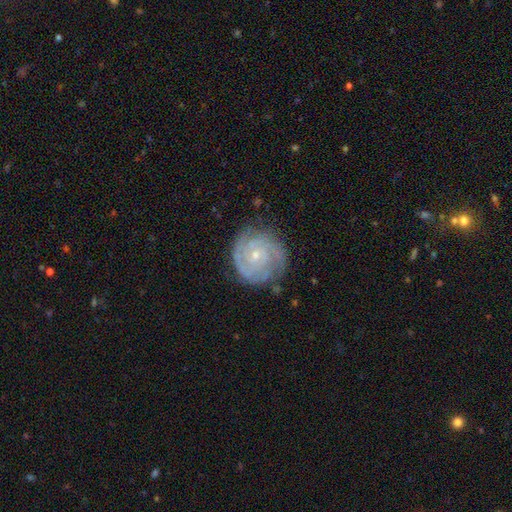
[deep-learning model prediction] Smooth or featured: featured or disk — 89% (smooth — 6%)
Edge-on disk: no — 98% (yes — 2%)
Bar: no — 70% (weak — 24%)
Spiral arms: yes — 98% (no — 2%)
Spiral winding: tight — 80% (medium — 18%)
Spiral arm count: 2 — 36% (3 — 31%)
Bulge size: small — 74% (moderate — 22%)
Merging: none — 80% (minor disturbance — 15%)